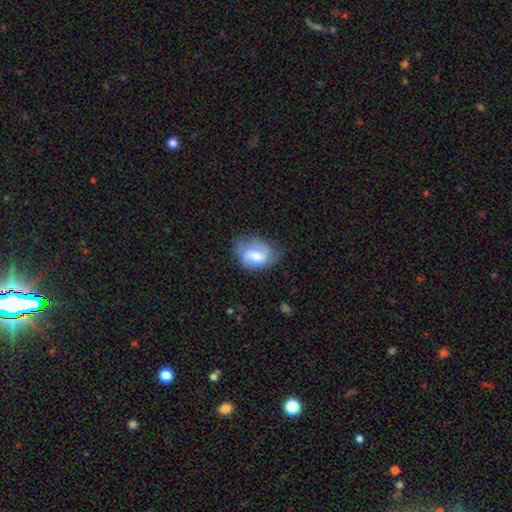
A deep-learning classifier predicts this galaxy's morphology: type=smooth (55%); roundness=in between (69%); merging=none (41%).